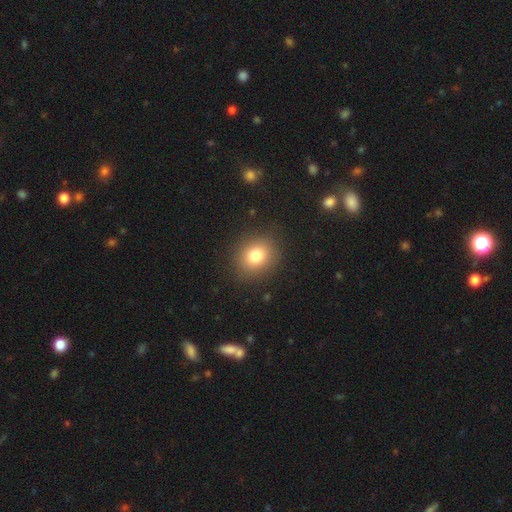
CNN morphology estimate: Smooth or featured?
  - smooth: 79% *
  - star or artifact: 12%
  - featured or disk: 9%
How rounded?
  - round: 69% *
  - in between: 30%
  - cigar-shaped: 1%
Merging?
  - none: 88% *
  - minor disturbance: 8%
  - major disturbance: 3%
  - merger: 1%